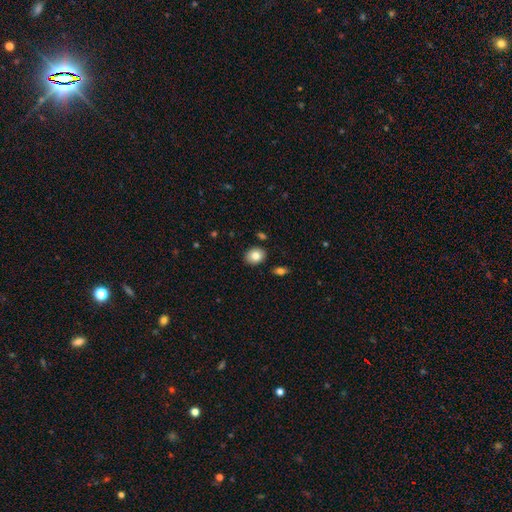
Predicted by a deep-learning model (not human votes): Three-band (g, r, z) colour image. It shows a smooth galaxy with no disk features (82%) that is in between round and cigar-shaped (51%). Merging: none (86%).